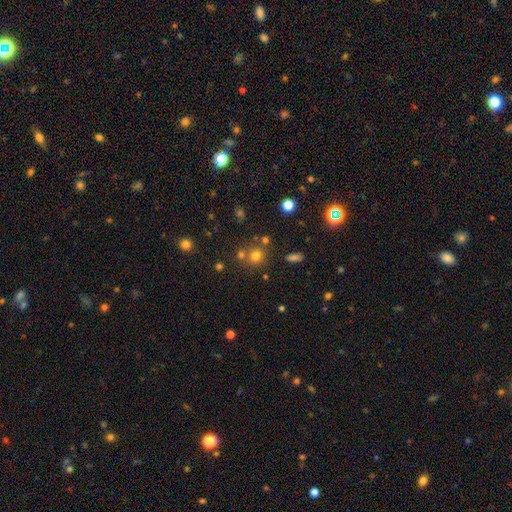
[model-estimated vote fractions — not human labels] Overall: smooth (70%). How rounded: round (82%). Merging: none (66%).